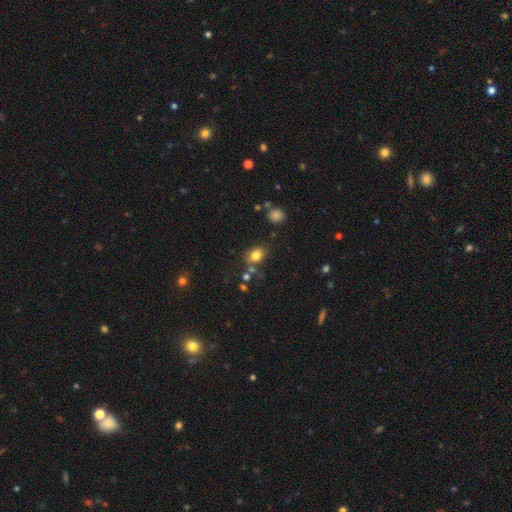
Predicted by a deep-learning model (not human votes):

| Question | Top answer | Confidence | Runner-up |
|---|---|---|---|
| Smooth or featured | smooth | 79% | star or artifact (12%) |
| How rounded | in between | 56% | round (43%) |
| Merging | none | 69% | minor disturbance (15%) |